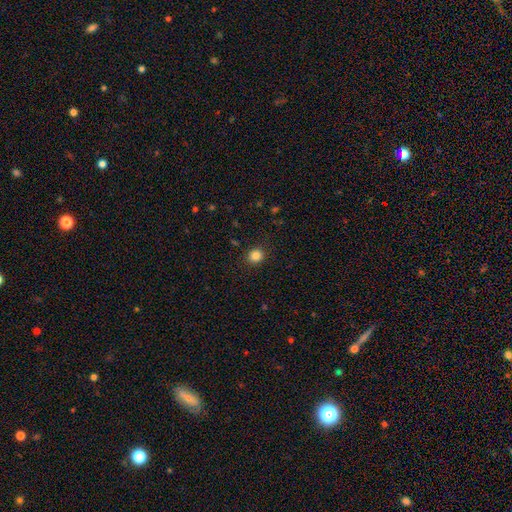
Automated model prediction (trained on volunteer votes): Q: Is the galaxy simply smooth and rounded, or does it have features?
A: smooth — 84%.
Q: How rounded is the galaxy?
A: round — 83%.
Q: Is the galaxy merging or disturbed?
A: none — 90%.